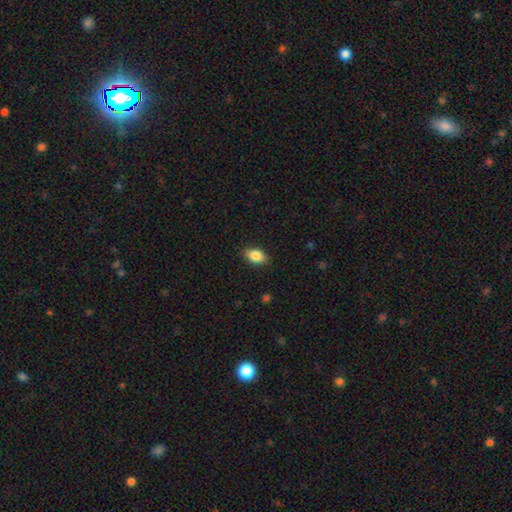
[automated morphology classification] Smooth or featured? smooth (84%)
How rounded? in between (87%)
Merging? none (86%)